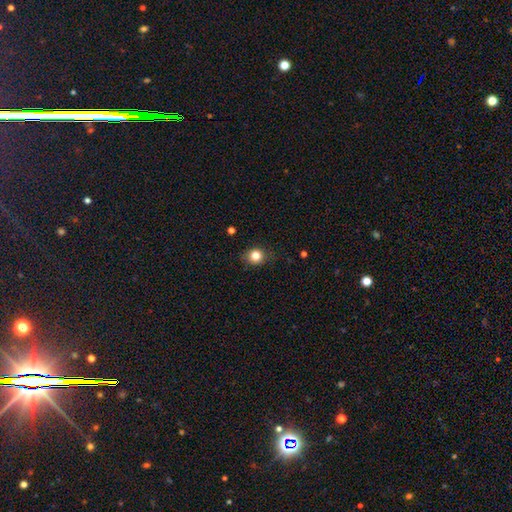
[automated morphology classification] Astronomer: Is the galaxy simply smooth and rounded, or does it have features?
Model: smooth — 82%.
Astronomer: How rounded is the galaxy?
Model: round — 77%.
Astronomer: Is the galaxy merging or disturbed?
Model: none — 83%.